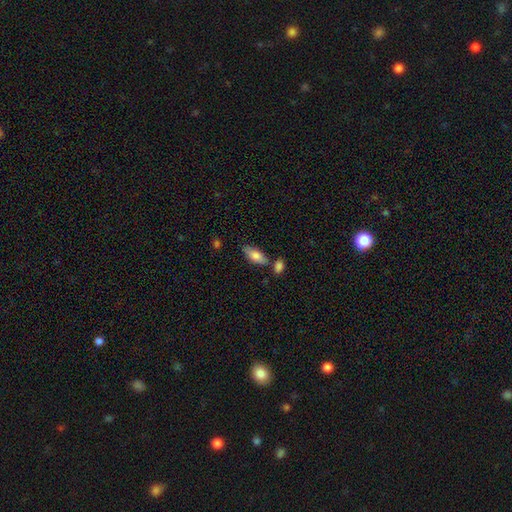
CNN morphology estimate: type=smooth (77%); roundness=in between (79%); merging=none (65%).